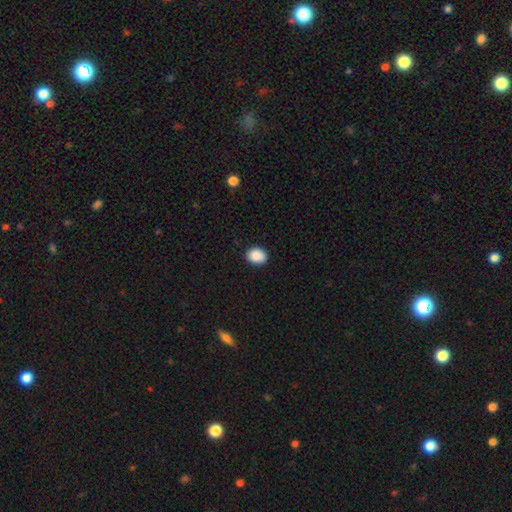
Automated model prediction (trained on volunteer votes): smooth_or_featured: smooth (p=0.89) [alt: star or artifact p=0.08]
how_rounded: round (p=0.50) [alt: in between p=0.49]
merging: none (p=0.89) [alt: minor disturbance p=0.08]